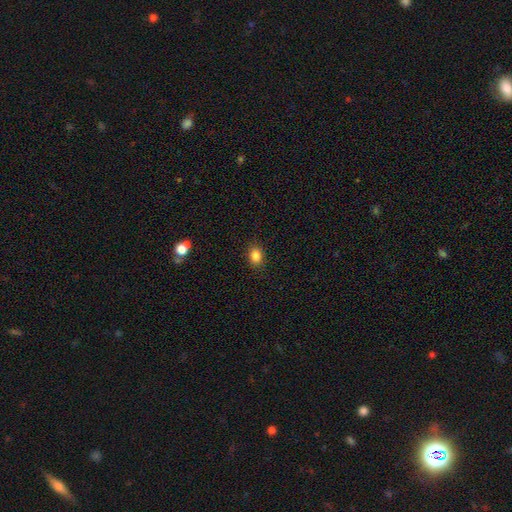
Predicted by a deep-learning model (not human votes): A smooth galaxy with no disk features (84%) that is in between round and cigar-shaped (63%). Merging: none (87%).